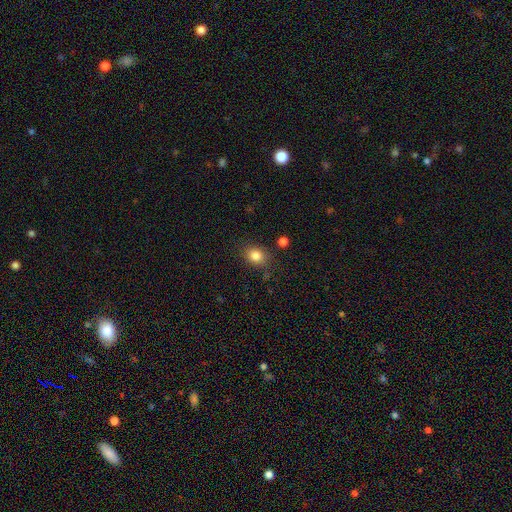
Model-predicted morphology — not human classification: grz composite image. It shows a smooth galaxy with no disk features (84%) that is in between round and cigar-shaped (50%). Merging: none (80%).